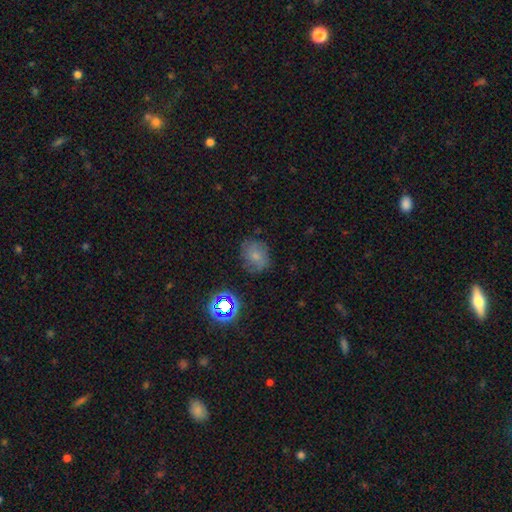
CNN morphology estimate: This is likely a smooth galaxy (61%). How rounded: likely round (62%). Merging: likely none (71%).